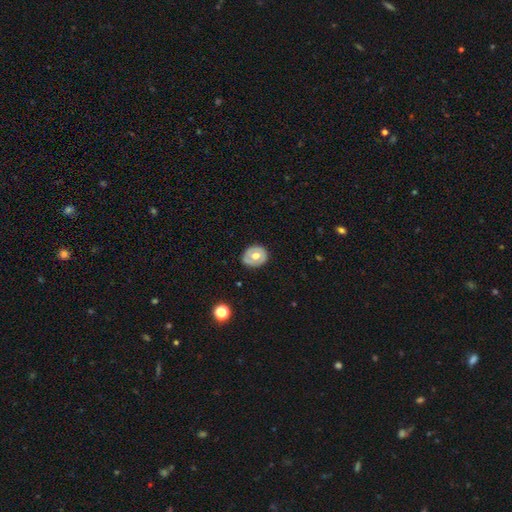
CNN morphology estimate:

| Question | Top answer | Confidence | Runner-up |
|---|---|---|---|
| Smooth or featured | smooth | 54% | featured or disk (39%) |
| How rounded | round | 68% | in between (31%) |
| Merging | none | 77% | minor disturbance (18%) |